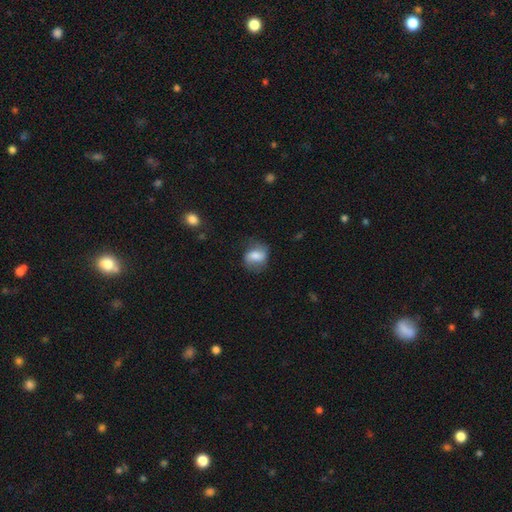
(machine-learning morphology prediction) Overall: smooth (64%; featured or disk 28%). How rounded: in between (60%; round 38%). Merging: none (66%).